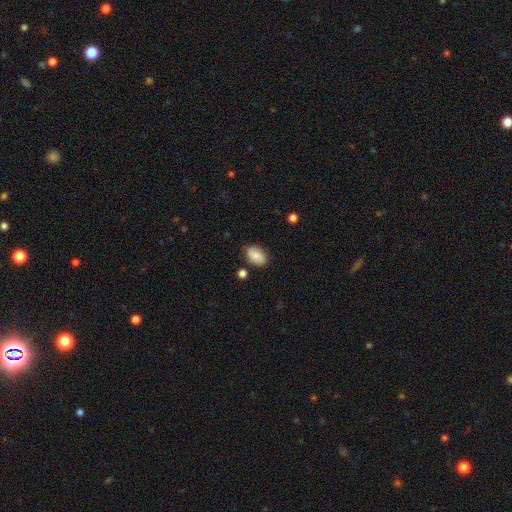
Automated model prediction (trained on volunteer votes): A smooth galaxy with no disk features (80%) that is in between round and cigar-shaped (87%).

Vote fractions:
- Smooth or featured? smooth: 80% / featured or disk: 13% / star or artifact: 8%
- How rounded? in between: 87% / round: 11% / cigar-shaped: 1%
- Merging? none: 80% / minor disturbance: 14% / merger: 3% / major disturbance: 3%